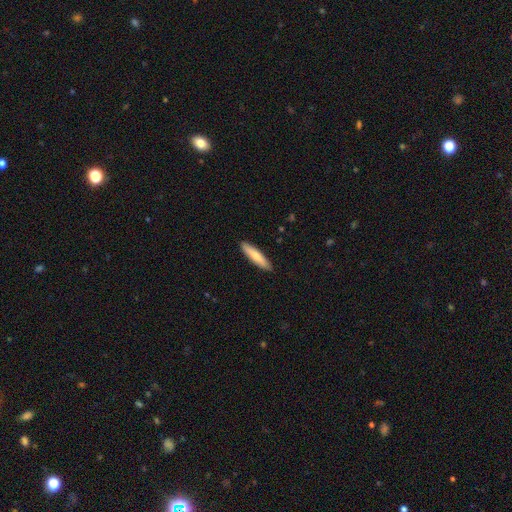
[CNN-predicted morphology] Smooth or featured? smooth (71%)
How rounded? cigar-shaped (83%)
Merging? none (90%)